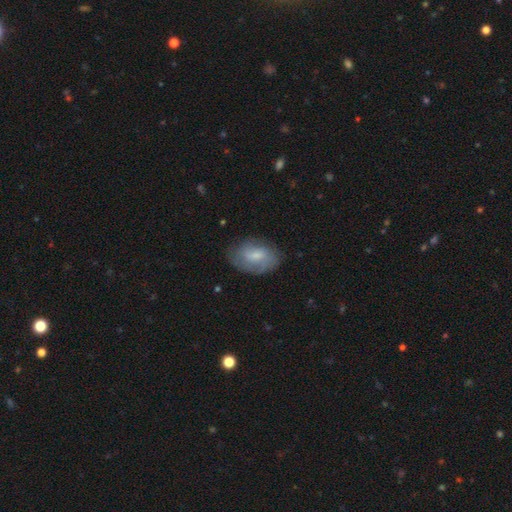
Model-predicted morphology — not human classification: smooth-or-featured: smooth: 52% | featured or disk: 41% | star or artifact: 7%
  how-rounded: in between: 85% | round: 13% | cigar-shaped: 2%
  merging: none: 70% | minor disturbance: 21% | major disturbance: 7% | merger: 1%